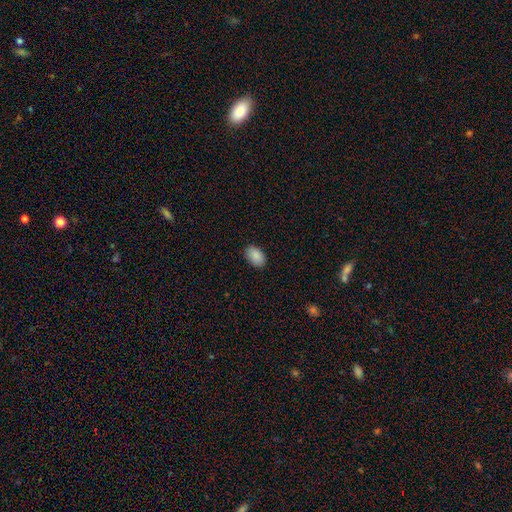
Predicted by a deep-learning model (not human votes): Smooth or featured?
  - smooth: 89% *
  - star or artifact: 7%
  - featured or disk: 4%
How rounded?
  - in between: 91% *
  - round: 8%
  - cigar-shaped: 1%
Merging?
  - none: 87% *
  - minor disturbance: 10%
  - major disturbance: 2%
  - merger: 1%